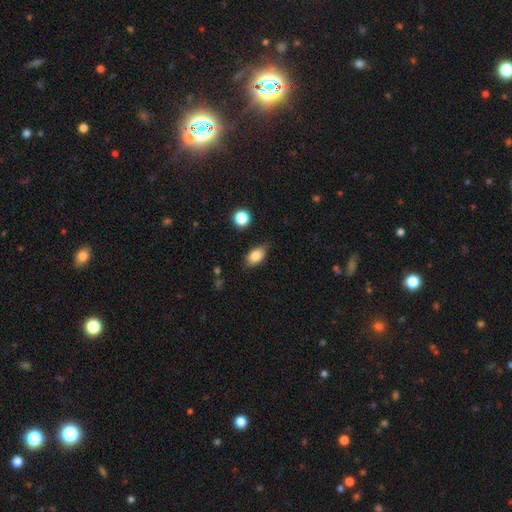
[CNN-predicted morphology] Q: Smooth or featured?
A: smooth (84%); runner-up: star or artifact (8%)
Q: How rounded?
A: in between (86%); runner-up: round (11%)
Q: Merging?
A: none (79%); runner-up: minor disturbance (16%)